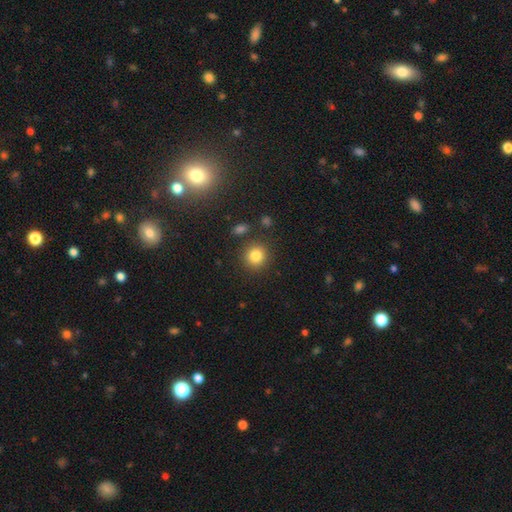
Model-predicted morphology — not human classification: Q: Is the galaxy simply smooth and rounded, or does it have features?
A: smooth — 83%.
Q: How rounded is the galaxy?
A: round — 89%.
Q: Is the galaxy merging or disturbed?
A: none — 85%.